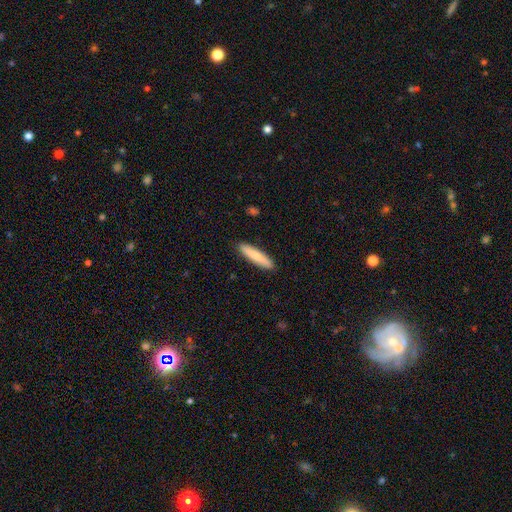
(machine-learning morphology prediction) A smooth galaxy with no disk features (78%) that is cigar-shaped (83%). Merging: none (90%).